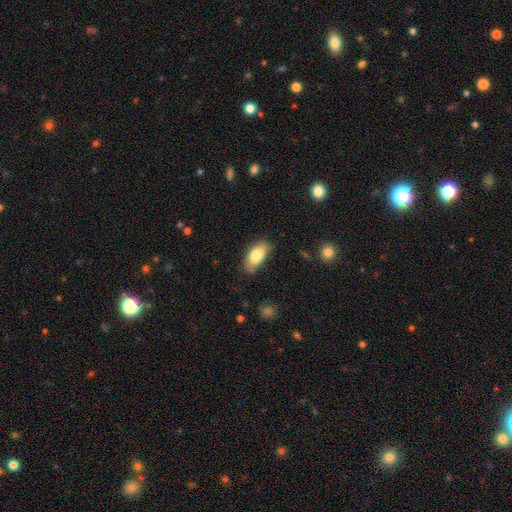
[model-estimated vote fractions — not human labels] The model was most divided on "merging": none: 70%, minor disturbance: 23%, major disturbance: 5%, merger: 2%. More confident: how rounded — in between (89%); smooth or featured — smooth (78%).